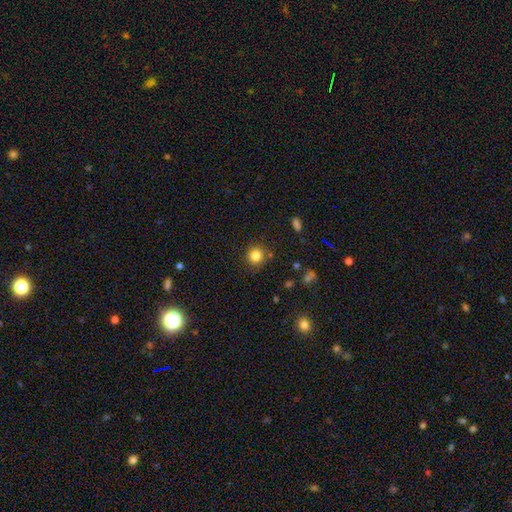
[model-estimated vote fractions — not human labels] This is clearly a smooth galaxy (82%). How rounded: clearly round (91%). Merging: clearly none (85%).